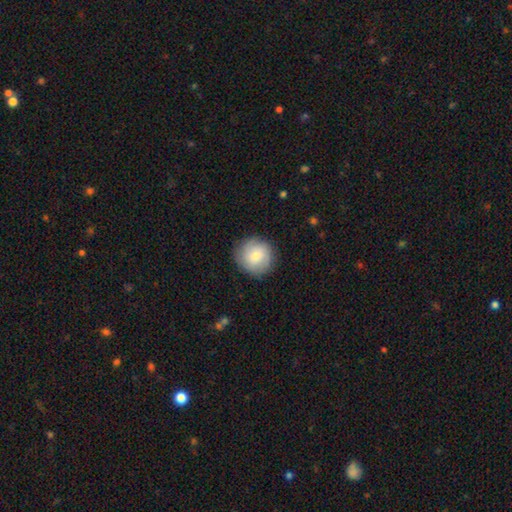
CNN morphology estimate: Smooth or featured? smooth (76%)
How rounded? round (93%)
Merging? none (86%)